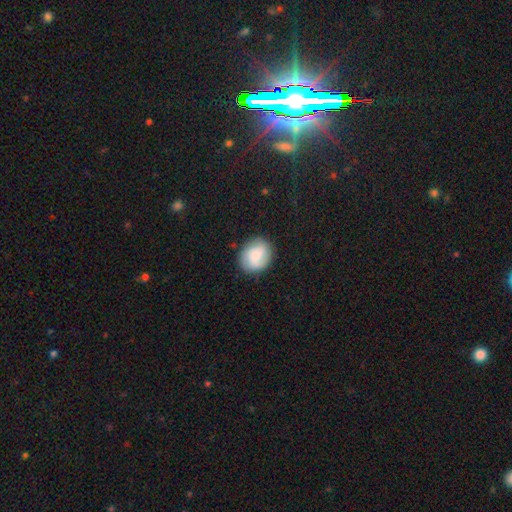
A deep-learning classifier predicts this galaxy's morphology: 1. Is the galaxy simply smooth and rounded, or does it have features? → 61% smooth, 31% featured or disk, 8% star or artifact.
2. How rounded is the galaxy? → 67% round, 32% in between, 1% cigar-shaped.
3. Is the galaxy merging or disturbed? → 82% none, 13% minor disturbance, 4% major disturbance, 1% merger.